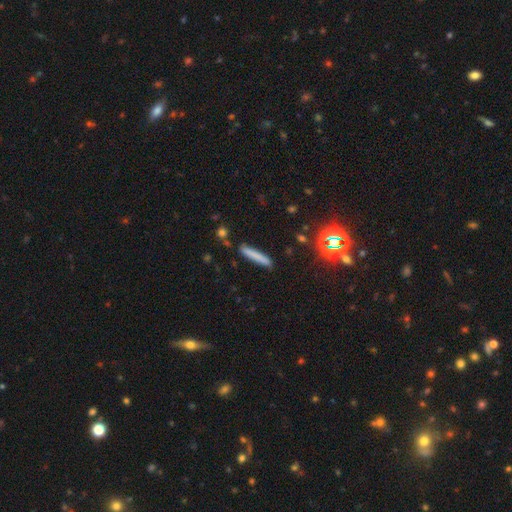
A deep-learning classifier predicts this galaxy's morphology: A smooth galaxy with no disk features (77%) that is cigar-shaped (93%).

Vote fractions:
- Smooth or featured? smooth: 77% / featured or disk: 13% / star or artifact: 10%
- How rounded? cigar-shaped: 93% / in between: 6% / round: 1%
- Merging? none: 86% / minor disturbance: 9% / merger: 2% / major disturbance: 2%